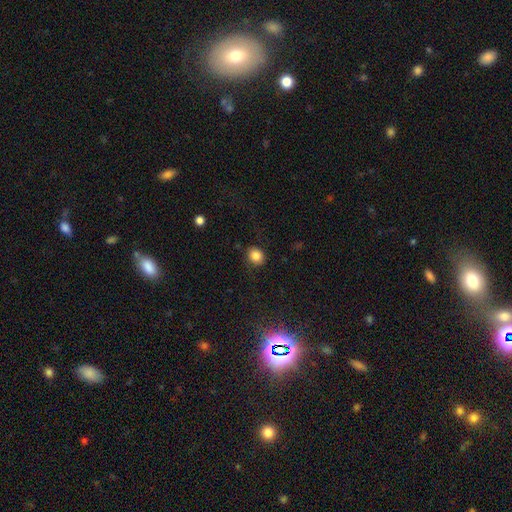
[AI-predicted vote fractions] Morphology: type=smooth (83%); roundness=round (69%); merging=none (82%).